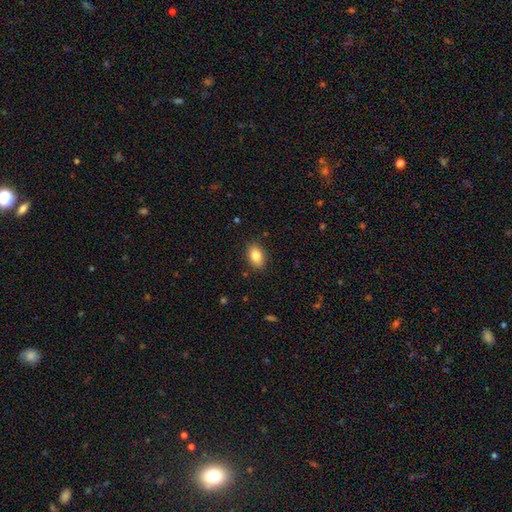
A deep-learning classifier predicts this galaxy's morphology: The model was most divided on "how rounded": in between: 86%, round: 12%, cigar-shaped: 2%. More confident: merging — none (88%); smooth or featured — smooth (84%).